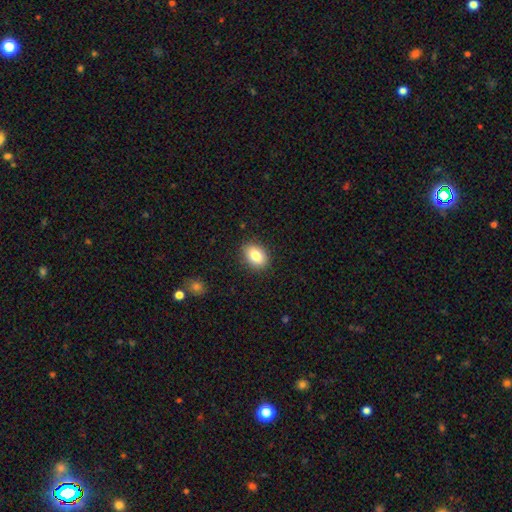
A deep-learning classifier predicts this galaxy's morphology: A smooth galaxy with no disk features (83%) that is in between round and cigar-shaped (79%). Merging: none (88%).